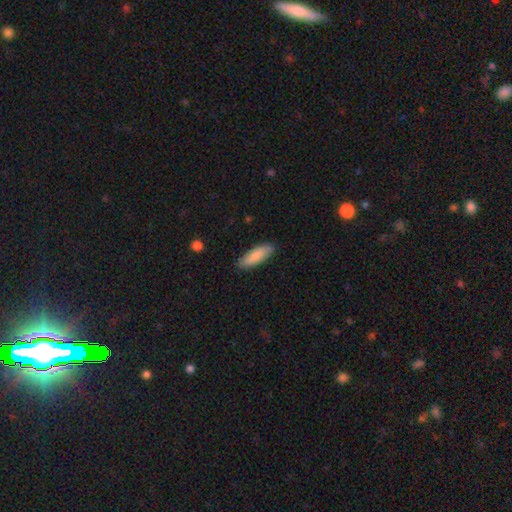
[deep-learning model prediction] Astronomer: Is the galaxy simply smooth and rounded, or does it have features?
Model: smooth — 87%.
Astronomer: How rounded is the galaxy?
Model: in between — 55% (runner-up: cigar-shaped, 43%).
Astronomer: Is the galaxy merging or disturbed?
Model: none — 87%.